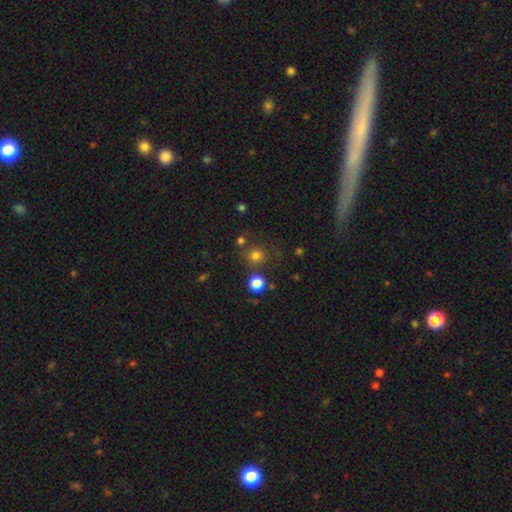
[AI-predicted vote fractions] This appears to be a smooth galaxy with no disk features (76%) that is round (91%). Merging: none (76%).